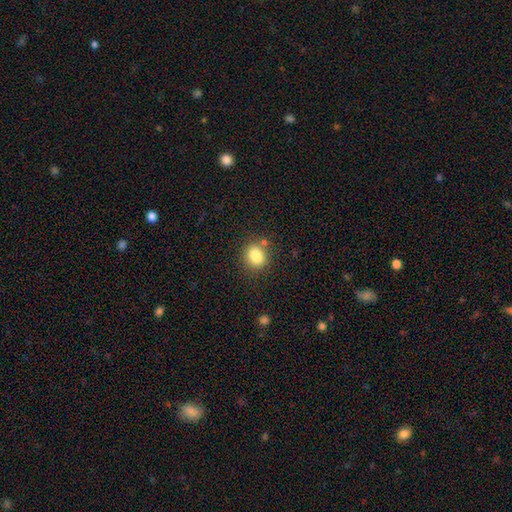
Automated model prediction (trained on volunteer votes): Morphology: type=smooth (83%); roundness=round (52%); merging=none (71%).